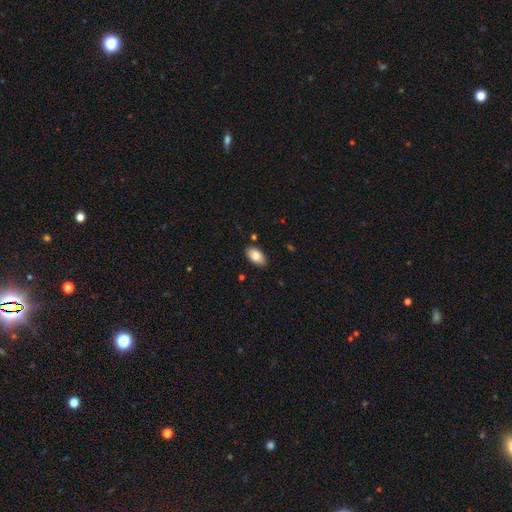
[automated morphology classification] Smooth or featured? Predicted: smooth (p=0.82). How rounded? Predicted: in between (p=0.93). Merging? Predicted: none (p=0.85).